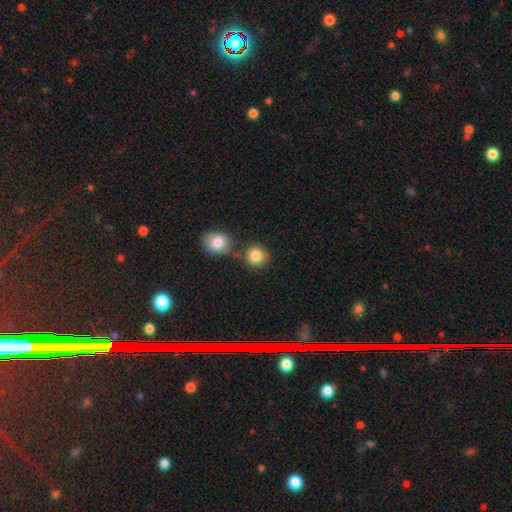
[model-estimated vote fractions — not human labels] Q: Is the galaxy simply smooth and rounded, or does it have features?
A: smooth — 85%.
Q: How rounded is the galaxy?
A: round — 89%.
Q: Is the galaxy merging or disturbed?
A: none — 71%.